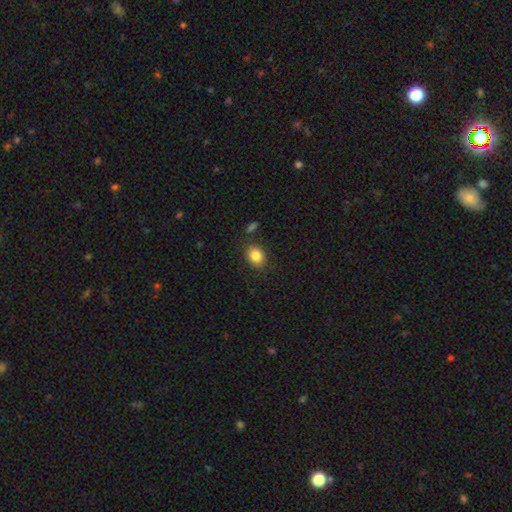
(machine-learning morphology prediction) The model was most divided on "how rounded": in between: 59%, round: 40%, cigar-shaped: 1%. More confident: smooth or featured — smooth (85%); merging — none (82%).